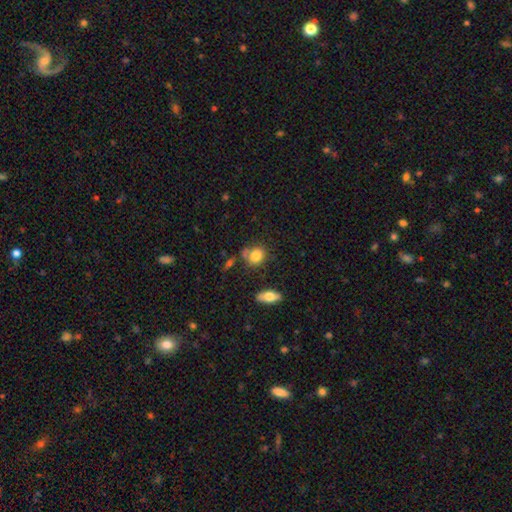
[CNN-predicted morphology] Smooth or featured?
  - smooth: 82% *
  - star or artifact: 9%
  - featured or disk: 9%
How rounded?
  - round: 63% *
  - in between: 35%
  - cigar-shaped: 2%
Merging?
  - none: 60% *
  - minor disturbance: 19%
  - merger: 14%
  - major disturbance: 7%